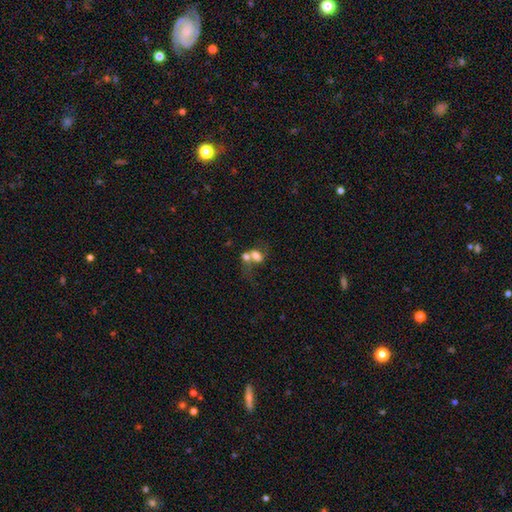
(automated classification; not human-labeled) Smooth or featured?
  - smooth: 60% *
  - featured or disk: 28%
  - star or artifact: 12%
How rounded?
  - in between: 63% *
  - round: 35%
  - cigar-shaped: 2%
Merging?
  - merger: 63% *
  - none: 17%
  - major disturbance: 12%
  - minor disturbance: 8%